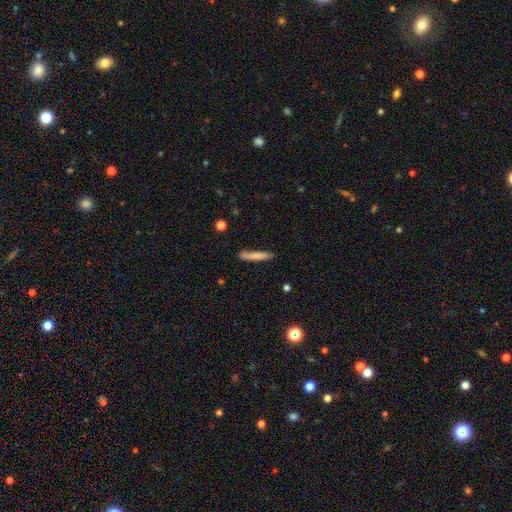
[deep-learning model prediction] A smooth galaxy with no disk features (78%) that is cigar-shaped (92%).

Vote fractions:
- Smooth or featured? smooth: 78% / featured or disk: 16% / star or artifact: 6%
- How rounded? cigar-shaped: 92% / in between: 7% / round: 1%
- Merging? none: 80% / minor disturbance: 15% / major disturbance: 3% / merger: 2%